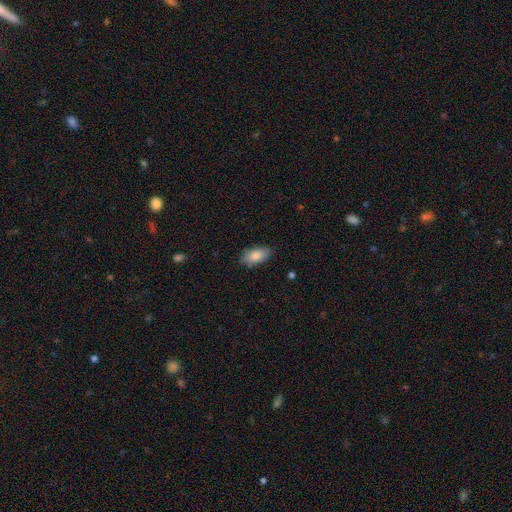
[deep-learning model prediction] Q: Smooth or featured?
A: smooth (84%); runner-up: featured or disk (10%)
Q: How rounded?
A: in between (92%); runner-up: cigar-shaped (6%)
Q: Merging?
A: none (83%); runner-up: minor disturbance (13%)